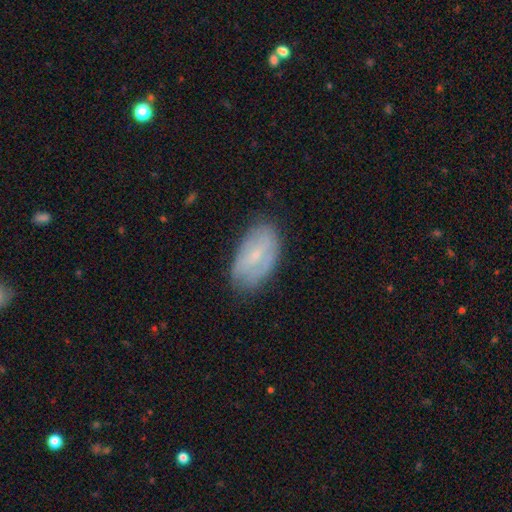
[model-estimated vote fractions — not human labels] Q: Smooth or featured?
A: featured or disk (51%); runner-up: smooth (41%)
Q: Edge-on disk?
A: no (93%); runner-up: yes (7%)
Q: Merging?
A: none (74%); runner-up: minor disturbance (20%)